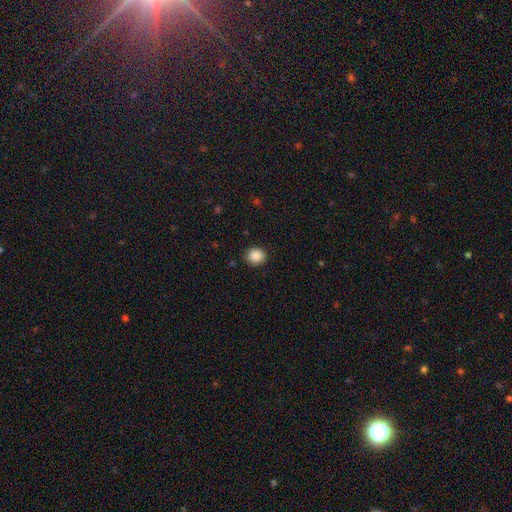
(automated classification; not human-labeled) Overall: smooth (88%). How rounded: round (78%). Merging: none (89%).